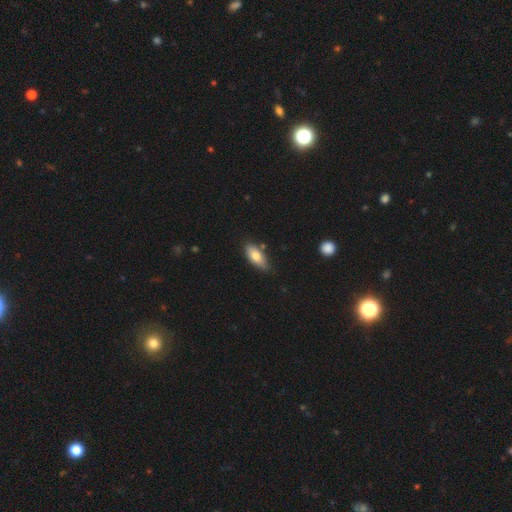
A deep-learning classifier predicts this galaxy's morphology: The model was most divided on "merging": none: 73%, minor disturbance: 20%, merger: 4%, major disturbance: 3%. More confident: how rounded — in between (84%); smooth or featured — smooth (75%).